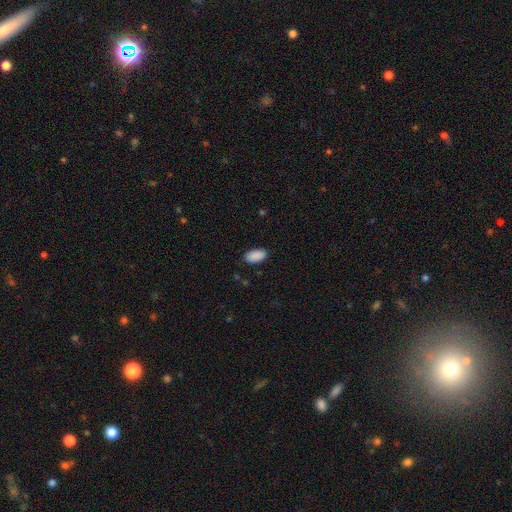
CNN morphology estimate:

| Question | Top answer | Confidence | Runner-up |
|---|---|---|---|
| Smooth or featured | smooth | 90% | star or artifact (7%) |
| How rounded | in between | 95% | cigar-shaped (3%) |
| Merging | none | 88% | minor disturbance (9%) |